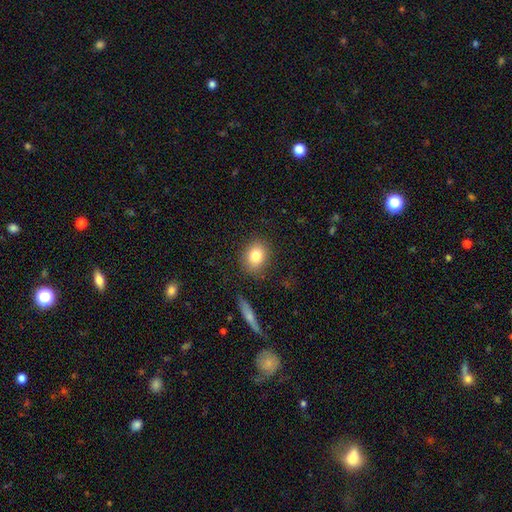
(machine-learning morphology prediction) smooth-or-featured: smooth: 80% | featured or disk: 11% | star or artifact: 9%
  how-rounded: round: 59% | in between: 39% | cigar-shaped: 1%
  merging: none: 86% | minor disturbance: 9% | major disturbance: 3% | merger: 2%